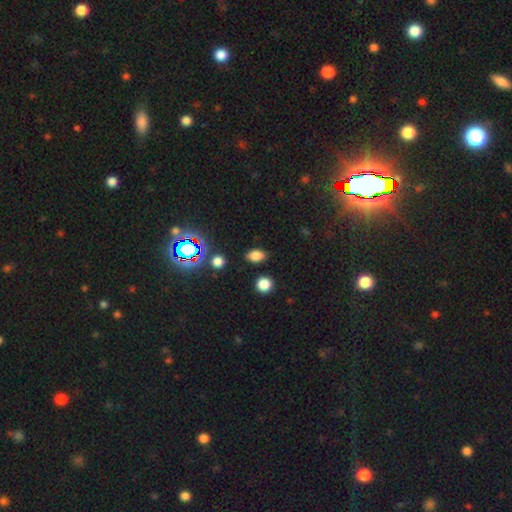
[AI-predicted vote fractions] Smooth or featured? Predicted: smooth (p=0.75). How rounded? Predicted: in between (p=0.81). Merging? Predicted: none (p=0.83).